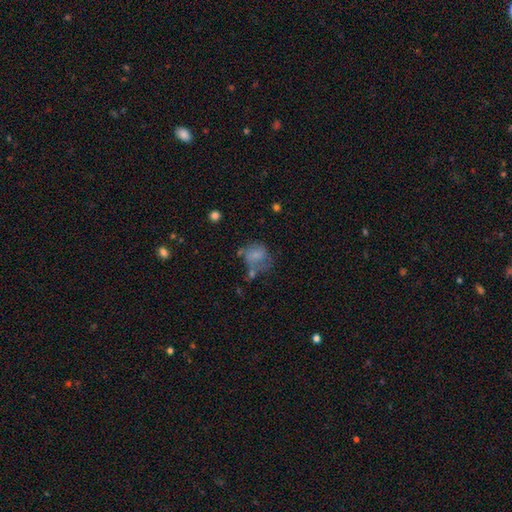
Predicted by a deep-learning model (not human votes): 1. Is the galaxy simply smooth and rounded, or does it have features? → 65% smooth, 24% featured or disk, 11% star or artifact.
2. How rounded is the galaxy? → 61% round, 38% in between, 1% cigar-shaped.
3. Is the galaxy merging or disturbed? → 34% none, 26% major disturbance, 25% minor disturbance, 15% merger.